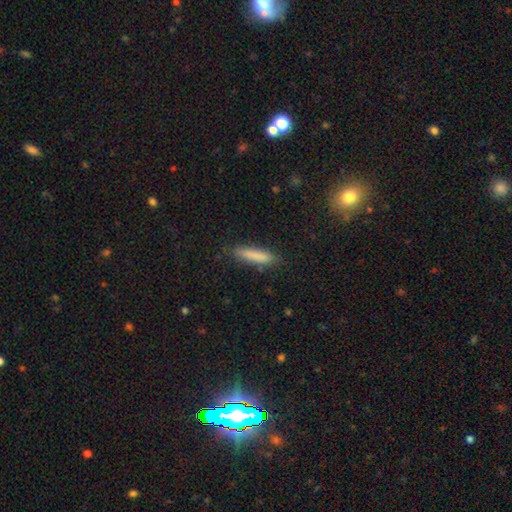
Smooth or featured? 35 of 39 (90%) said smooth. How rounded? 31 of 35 (89%) said cigar-shaped. Merging? 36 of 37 (97%) said none.